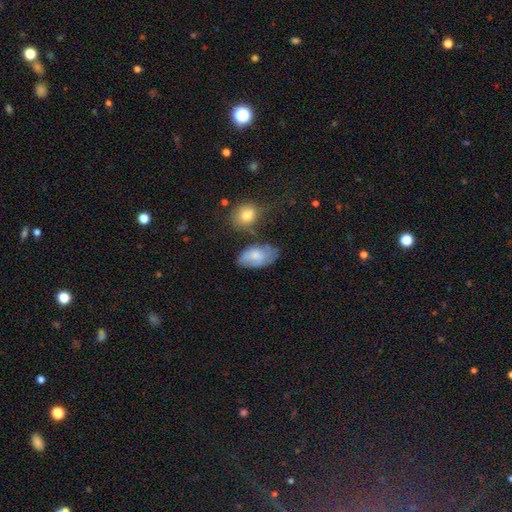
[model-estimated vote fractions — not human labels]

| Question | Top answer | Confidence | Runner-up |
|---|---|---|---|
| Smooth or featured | smooth | 67% | featured or disk (26%) |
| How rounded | in between | 93% | round (6%) |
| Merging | none | 53% | minor disturbance (28%) |